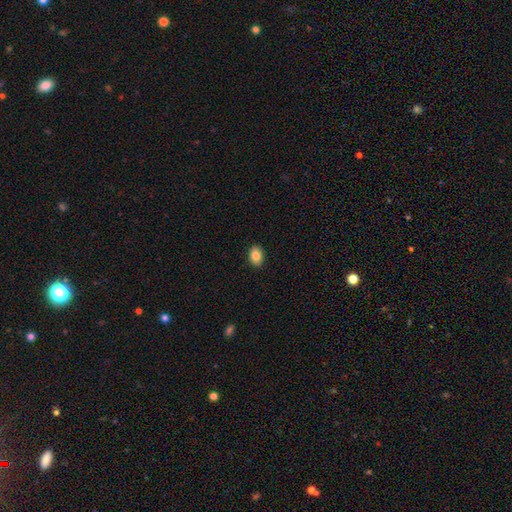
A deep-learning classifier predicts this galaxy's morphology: The model was most divided on "how rounded": in between: 81%, round: 18%, cigar-shaped: 1%. More confident: merging — none (90%); smooth or featured — smooth (85%).